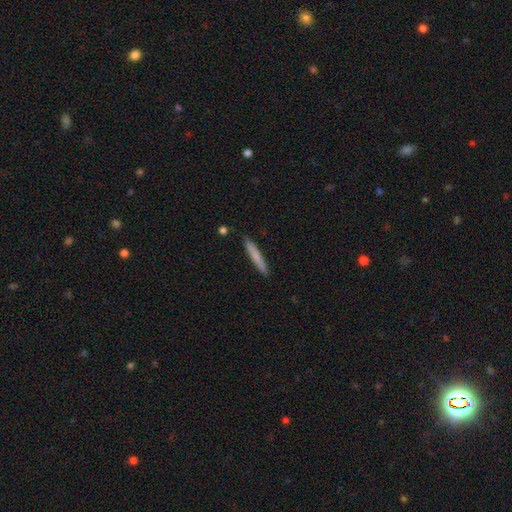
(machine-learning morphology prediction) smooth-or-featured: smooth: 74% | featured or disk: 21% | star or artifact: 6%
  how-rounded: cigar-shaped: 95% | in between: 3% | round: 1%
  merging: none: 89% | minor disturbance: 8% | merger: 2% | major disturbance: 1%